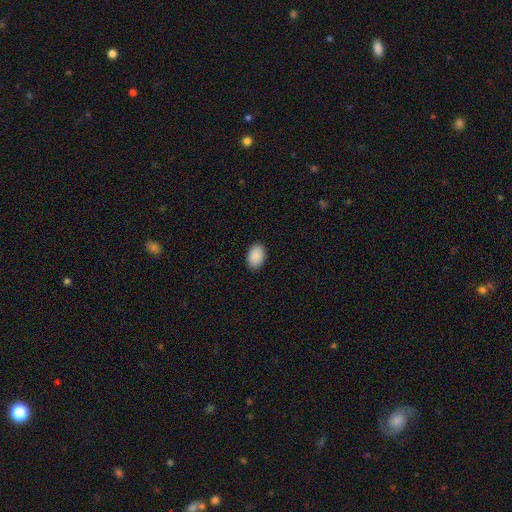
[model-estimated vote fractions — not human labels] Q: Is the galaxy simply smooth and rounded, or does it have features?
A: smooth — 91%.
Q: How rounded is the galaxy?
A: in between — 89%.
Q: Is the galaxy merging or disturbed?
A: none — 90%.